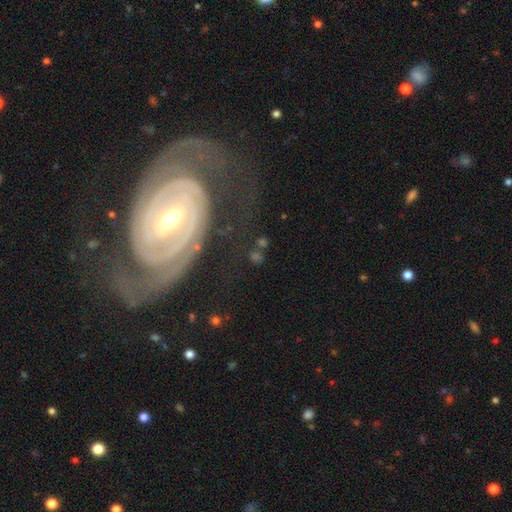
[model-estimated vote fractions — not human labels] smooth-or-featured: featured or disk: 63% | smooth: 22% | star or artifact: 15%
  disk-edge-on: no: 91% | yes: 9%
    bar: no: 39% | weak: 35% | strong: 26%
    has-spiral-arms: yes: 83% | no: 17%
    bulge-size: moderate: 52% | small: 40% | large: 4% | none: 2% | dominant: 2%
  merging: none: 70% | minor disturbance: 15% | major disturbance: 10% | merger: 5%